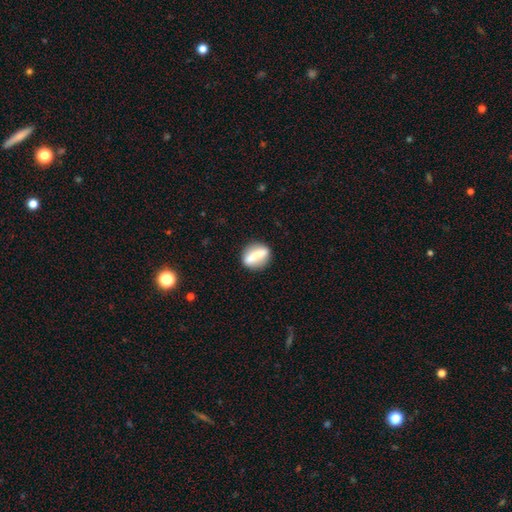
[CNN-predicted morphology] Smooth or featured? smooth (53%)
How rounded? in between (44%)
Merging? none (87%)